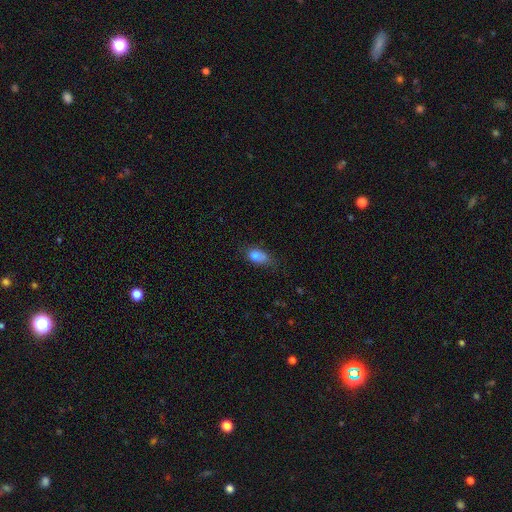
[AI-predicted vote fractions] A smooth galaxy with no disk features (78%) that is in between round and cigar-shaped (75%).

Vote fractions:
- Smooth or featured? smooth: 78% / featured or disk: 12% / star or artifact: 10%
- How rounded? in between: 75% / round: 22% / cigar-shaped: 3%
- Merging? none: 48% / minor disturbance: 35% / major disturbance: 12% / merger: 6%